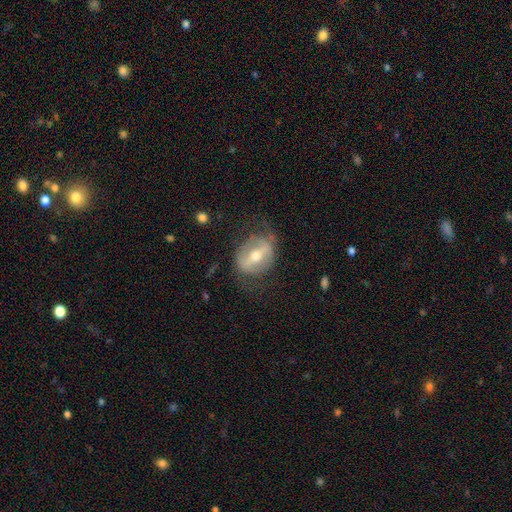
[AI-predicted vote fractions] Smooth or featured: featured or disk — 70% (smooth — 24%)
Edge-on disk: no — 90% (yes — 10%)
Bar: strong — 62% (weak — 26%)
Spiral arms: no — 53% (yes — 47%)
Bulge size: moderate — 64% (small — 30%)
Merging: none — 62% (minor disturbance — 21%)